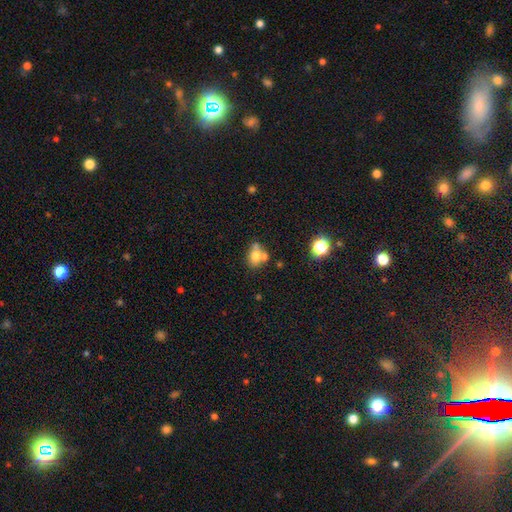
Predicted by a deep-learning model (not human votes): The model was most divided on "merging": none: 44%, merger: 39%, minor disturbance: 12%, major disturbance: 5%. More confident: smooth or featured — smooth (68%); how rounded — in between (56%).